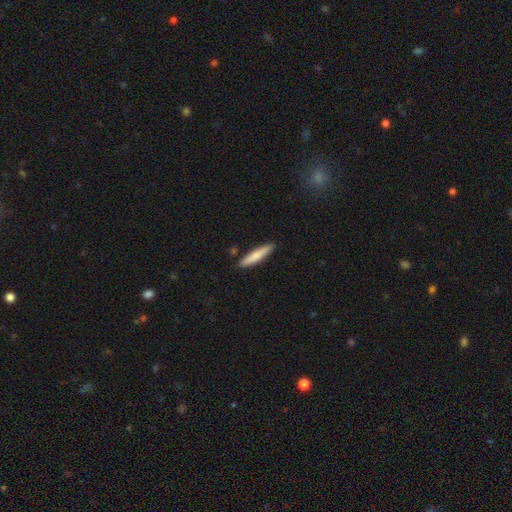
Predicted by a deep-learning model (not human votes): This is likely a smooth galaxy (74%). How rounded: clearly cigar-shaped (86%). Merging: clearly none (87%).